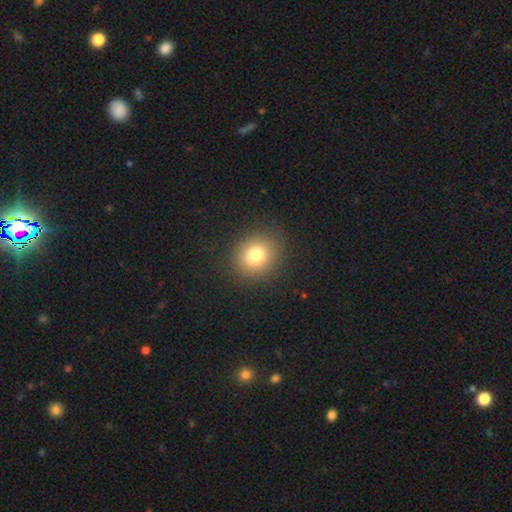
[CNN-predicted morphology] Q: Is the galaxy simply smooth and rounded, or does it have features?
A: smooth — 77%.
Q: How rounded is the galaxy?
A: round — 77%.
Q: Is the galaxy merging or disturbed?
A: none — 89%.